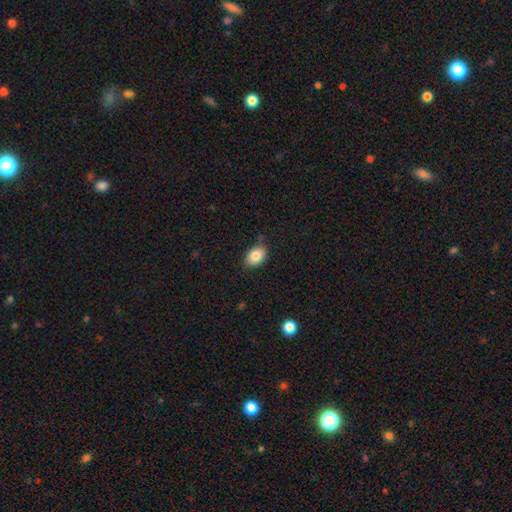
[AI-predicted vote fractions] Smooth or featured? Predicted: smooth (p=0.84). How rounded? Predicted: in between (p=0.80). Merging? Predicted: none (p=0.77).